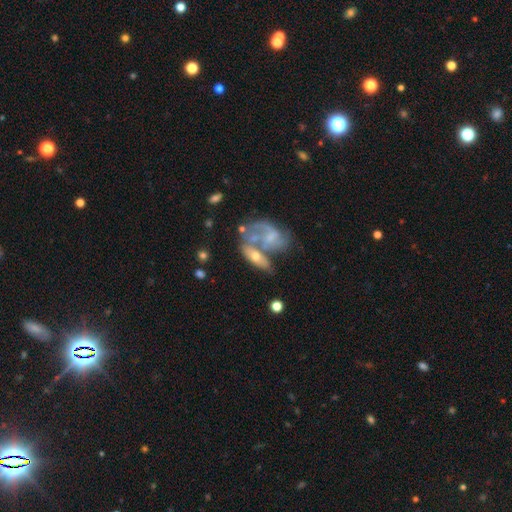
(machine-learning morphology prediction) type=featured or disk (58%); edge-on=no (84%); merging=merger (51%).